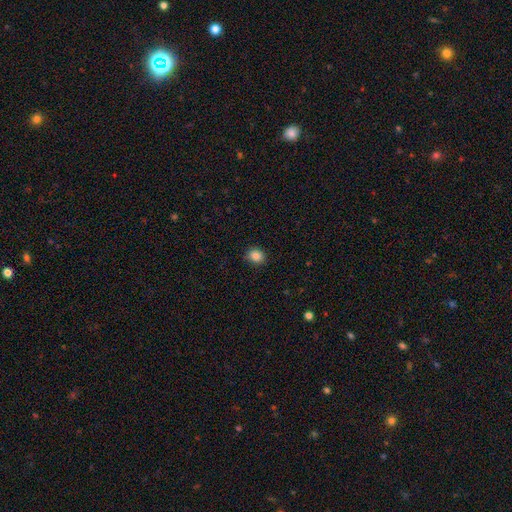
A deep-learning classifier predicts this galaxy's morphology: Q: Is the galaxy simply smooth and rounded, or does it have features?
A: smooth — 85%.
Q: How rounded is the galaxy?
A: round — 68%.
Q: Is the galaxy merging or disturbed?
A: none — 87%.